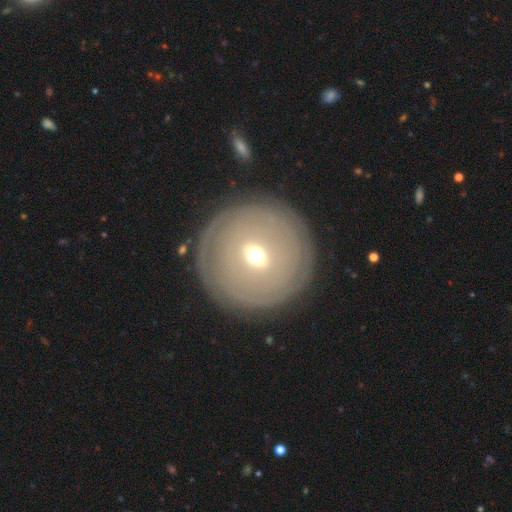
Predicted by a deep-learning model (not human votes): smooth-or-featured: featured or disk: 62% | smooth: 30% | star or artifact: 8%
  disk-edge-on: no: 91% | yes: 9%
    bar: no: 42% | weak: 39% | strong: 19%
    has-spiral-arms: no: 54% | yes: 46%
    bulge-size: moderate: 53% | small: 40% | large: 5% | dominant: 1% | none: 1%
  merging: none: 82% | minor disturbance: 11% | major disturbance: 6% | merger: 2%